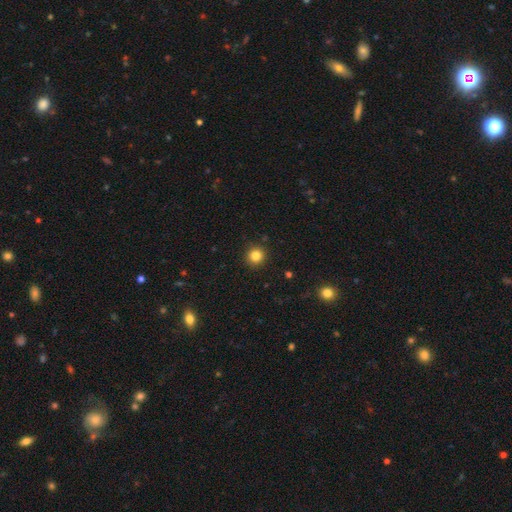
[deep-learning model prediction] Smooth or featured? Predicted: smooth (p=0.83). How rounded? Predicted: round (p=0.94). Merging? Predicted: none (p=0.91).